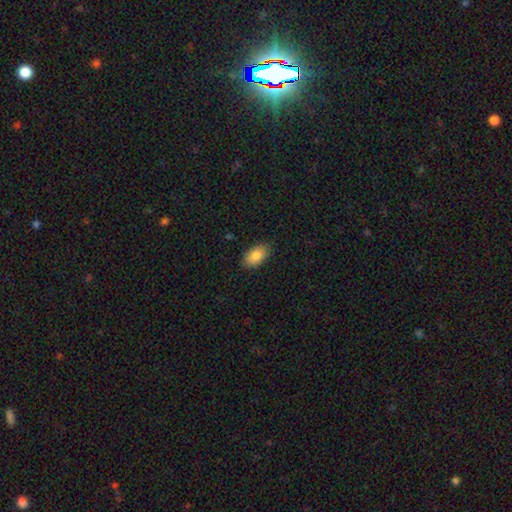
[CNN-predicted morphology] Smooth or featured? smooth (86%)
How rounded? in between (94%)
Merging? none (87%)